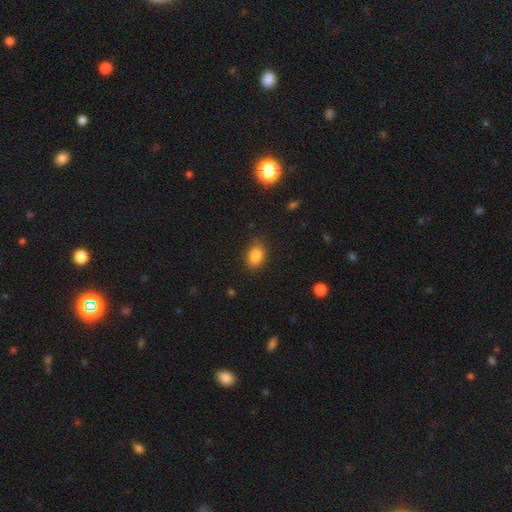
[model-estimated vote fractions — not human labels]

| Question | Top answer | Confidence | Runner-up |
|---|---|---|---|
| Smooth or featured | smooth | 85% | star or artifact (9%) |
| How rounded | in between | 78% | round (21%) |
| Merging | none | 83% | minor disturbance (12%) |